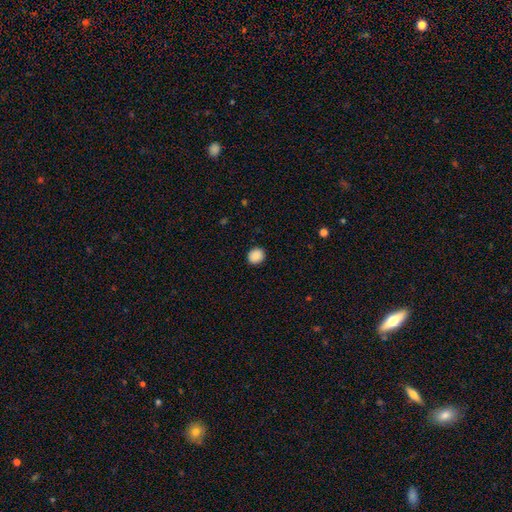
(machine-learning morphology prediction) Smooth or featured?
  - smooth: 89% *
  - star or artifact: 9%
  - featured or disk: 3%
How rounded?
  - round: 77% *
  - in between: 23%
  - cigar-shaped: 1%
Merging?
  - none: 90% *
  - minor disturbance: 7%
  - major disturbance: 2%
  - merger: 1%